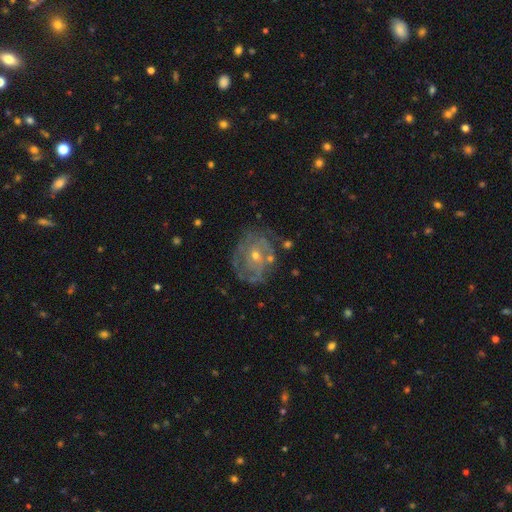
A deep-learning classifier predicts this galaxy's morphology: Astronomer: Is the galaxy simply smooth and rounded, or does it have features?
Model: featured or disk — 71%.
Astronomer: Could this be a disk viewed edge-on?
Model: no — 97%.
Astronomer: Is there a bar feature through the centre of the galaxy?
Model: no — 79%.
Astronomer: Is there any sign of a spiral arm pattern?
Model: yes — 61% (runner-up: no, 39%).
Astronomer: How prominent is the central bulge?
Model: small — 61% (runner-up: moderate, 36%).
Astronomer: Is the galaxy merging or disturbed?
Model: none — 64%.